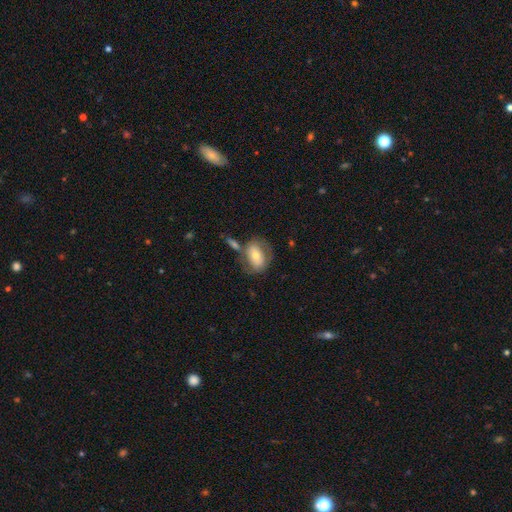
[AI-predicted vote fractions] Morphology: type=smooth (61%); roundness=in between (78%); merging=none (52%).